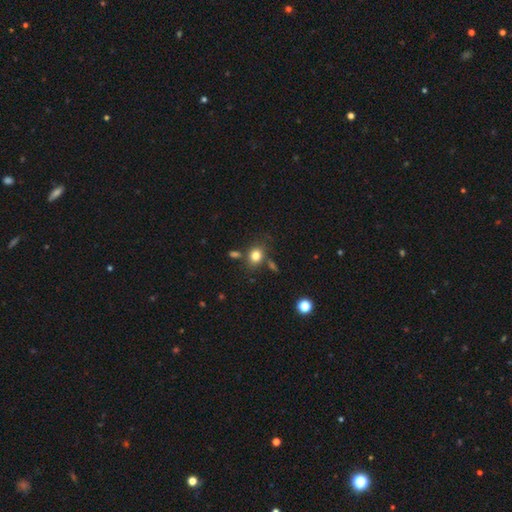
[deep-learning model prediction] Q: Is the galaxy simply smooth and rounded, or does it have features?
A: smooth — 79%.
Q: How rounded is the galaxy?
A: round — 57%.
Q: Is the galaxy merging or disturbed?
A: none — 71%.